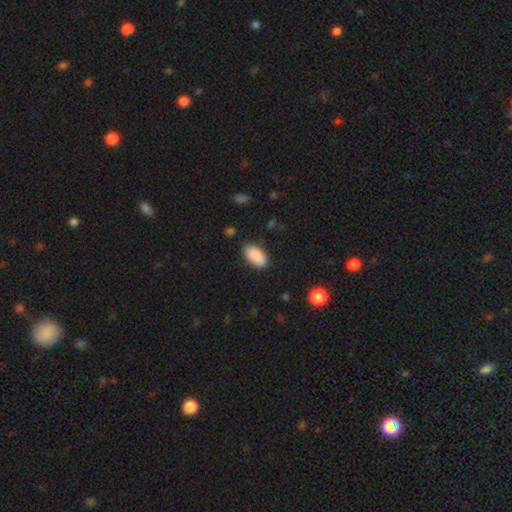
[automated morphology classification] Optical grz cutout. It shows a smooth galaxy with no disk features (89%) that is in between round and cigar-shaped (94%). Merging: none (84%).